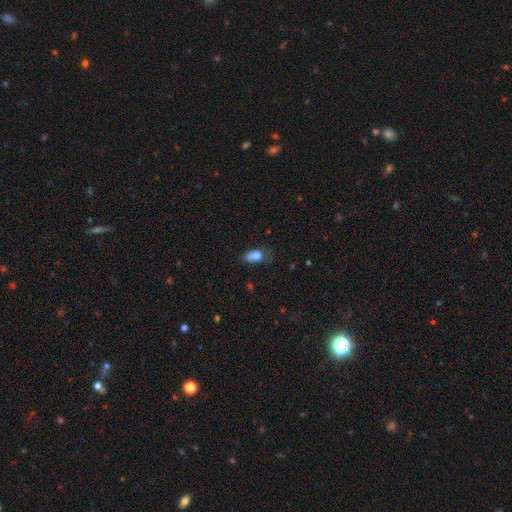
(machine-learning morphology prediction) type=smooth (78%); roundness=in between (85%); merging=none (41%).